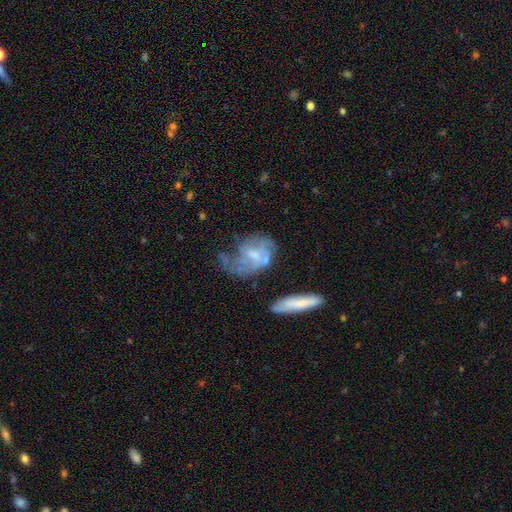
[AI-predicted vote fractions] The model was most divided on "merging": major disturbance: 35%, none: 30%, minor disturbance: 24%, merger: 11%. Remaining: edge-on disk — no (95%); smooth or featured — featured or disk (63%); spiral arms — yes (60%); bar — no (54%); bulge size — moderate (40%).